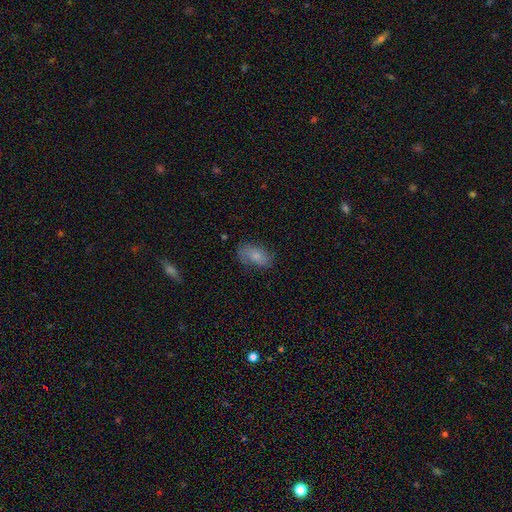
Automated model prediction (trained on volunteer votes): smooth 74%, featured or disk 18%, star or artifact 8%. Down the decision tree: how rounded — in between (91%); merging — none (68%).